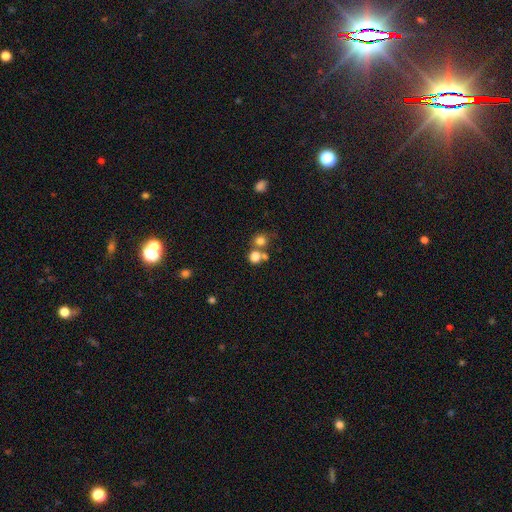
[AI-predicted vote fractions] A smooth galaxy with no disk features (78%) that is round (85%).

Vote fractions:
- Smooth or featured? smooth: 78% / star or artifact: 14% / featured or disk: 8%
- How rounded? round: 85% / in between: 14% / cigar-shaped: 1%
- Merging? none: 53% / merger: 36% / minor disturbance: 7% / major disturbance: 4%